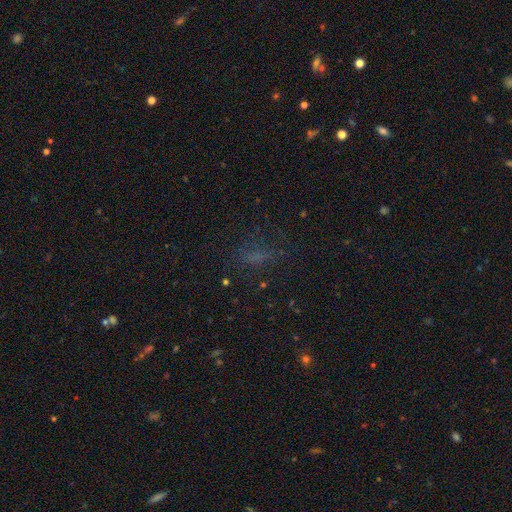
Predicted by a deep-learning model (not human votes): A smooth galaxy with no disk features (50%).

Vote fractions:
- Smooth or featured? smooth: 50% / star or artifact: 33% / featured or disk: 17%
- Merging? none: 62% / minor disturbance: 18% / major disturbance: 17% / merger: 3%